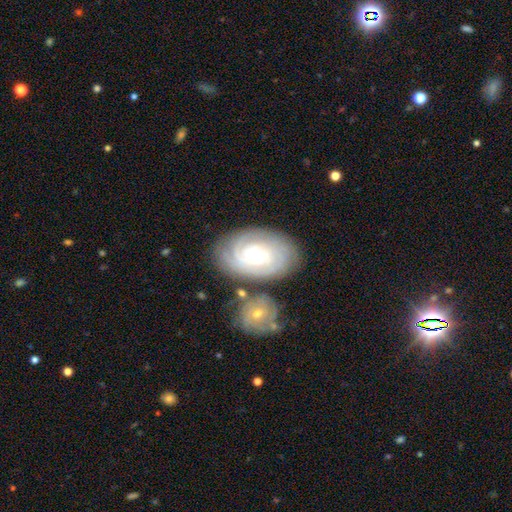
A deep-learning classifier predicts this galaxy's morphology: Overall: featured or disk (77%). Edge-on disk: no (96%). Bar: no (72%). Spiral arms: yes (94%). Spiral arm count: can't tell (41%; 3 18%). Spiral winding: tight (79%). Bulge size: moderate (46%; small 43%). Merging: none (74%).